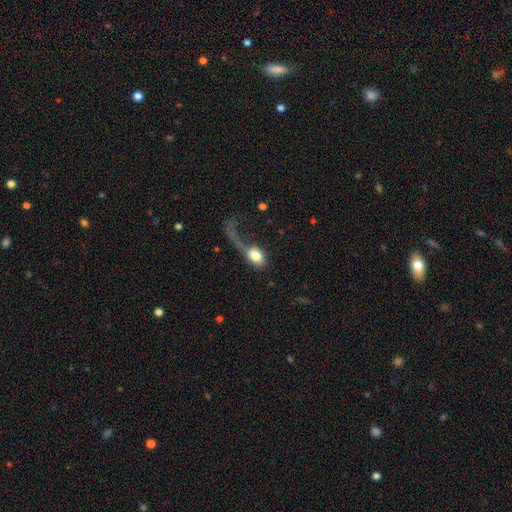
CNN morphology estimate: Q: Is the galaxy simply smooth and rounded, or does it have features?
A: smooth — 70%.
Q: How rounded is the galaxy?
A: in between — 68%.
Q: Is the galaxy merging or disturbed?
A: major disturbance — 62%.